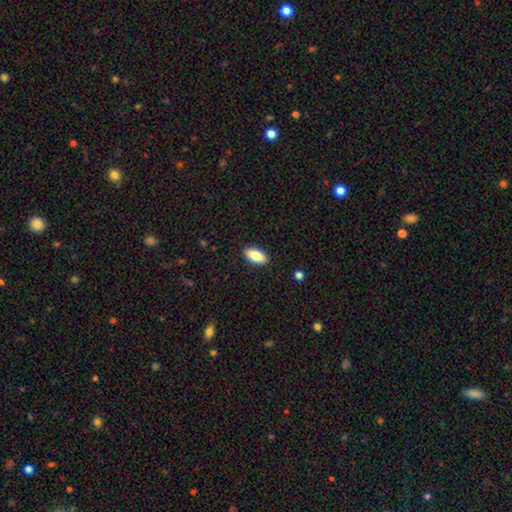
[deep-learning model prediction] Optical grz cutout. It shows a smooth galaxy with no disk features (82%) that is in between round and cigar-shaped (89%). Merging: none (90%).